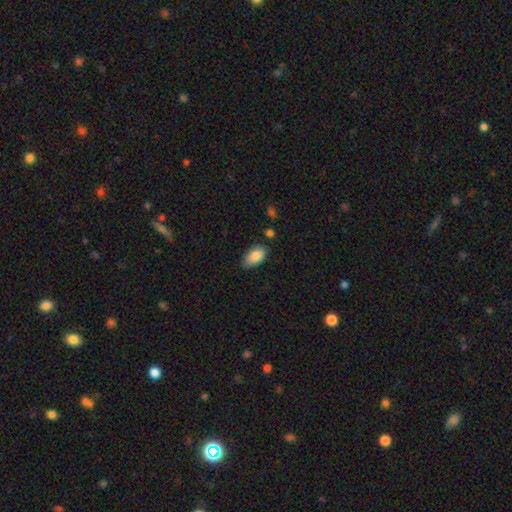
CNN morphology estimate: A smooth galaxy with no disk features (86%) that is in between round and cigar-shaped (93%). Merging: none (71%).